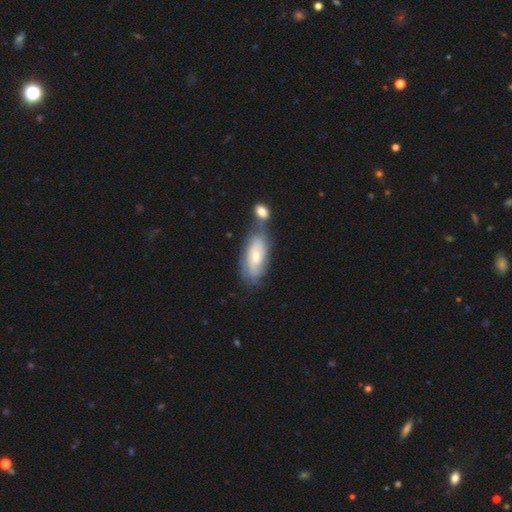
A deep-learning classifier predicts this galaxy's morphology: A featured or disk galaxy (59%) with no bar (69%), spiral arms (78%) and a small central bulge (50%). Merging: none (43%).